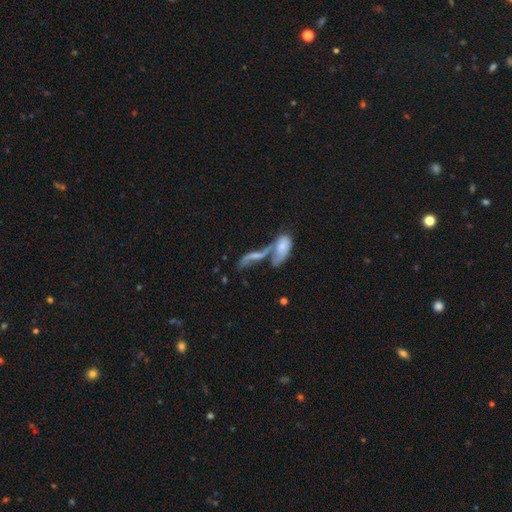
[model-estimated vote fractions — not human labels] Smooth or featured? featured or disk (58%)
Edge-on disk? no (80%)
Merging? merger (63%)